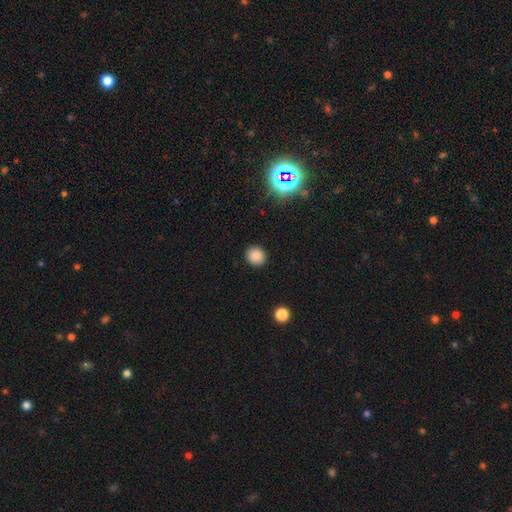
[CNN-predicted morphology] Smooth or featured?
  - smooth: 84% *
  - star or artifact: 13%
  - featured or disk: 3%
How rounded?
  - round: 86% *
  - in between: 13%
  - cigar-shaped: 1%
Merging?
  - none: 91% *
  - minor disturbance: 6%
  - major disturbance: 2%
  - merger: 1%